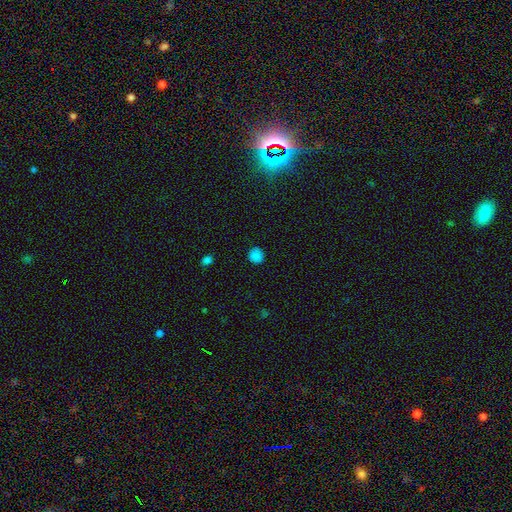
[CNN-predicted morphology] smooth 81%, star or artifact 15%, featured or disk 3%. Down the decision tree: how rounded — round (89%); merging — none (88%).